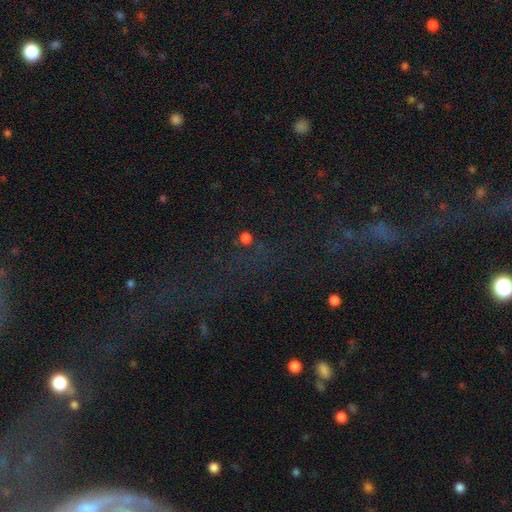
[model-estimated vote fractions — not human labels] Q: Smooth or featured?
A: star or artifact (61%); runner-up: featured or disk (22%)